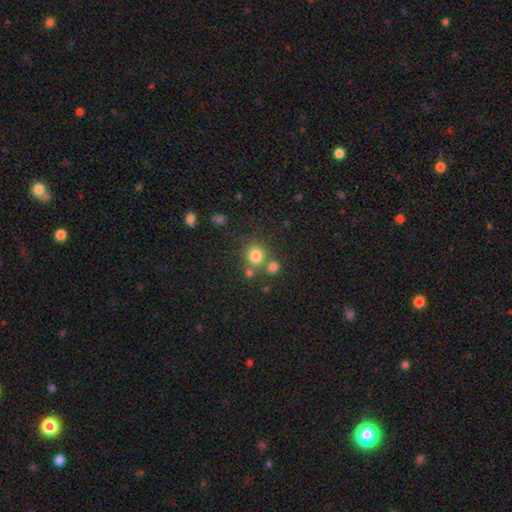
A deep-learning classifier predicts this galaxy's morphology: This appears to be a smooth galaxy with no disk features (79%) that is round (88%). Merging: none (68%).